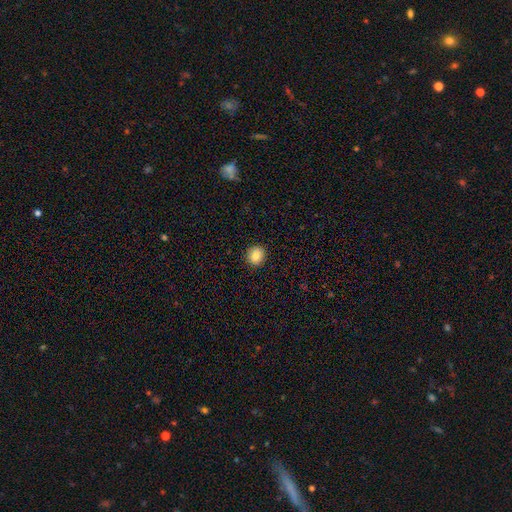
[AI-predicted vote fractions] This is clearly a smooth galaxy (83%). How rounded: clearly round (87%). Merging: clearly none (92%).